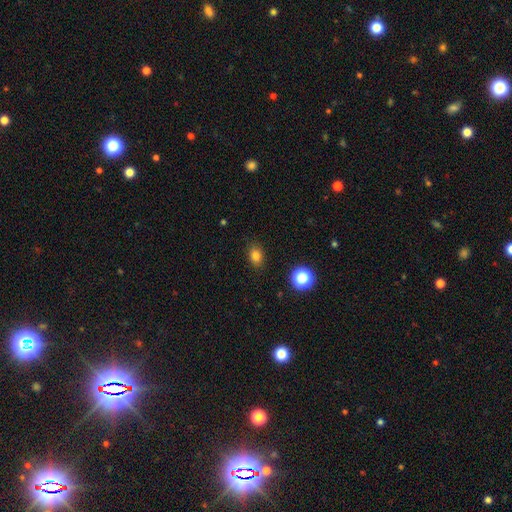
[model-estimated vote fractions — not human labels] Smooth or featured?
  - smooth: 80% *
  - star or artifact: 14%
  - featured or disk: 6%
How rounded?
  - in between: 65% *
  - round: 34%
  - cigar-shaped: 1%
Merging?
  - none: 86% *
  - minor disturbance: 10%
  - major disturbance: 3%
  - merger: 1%